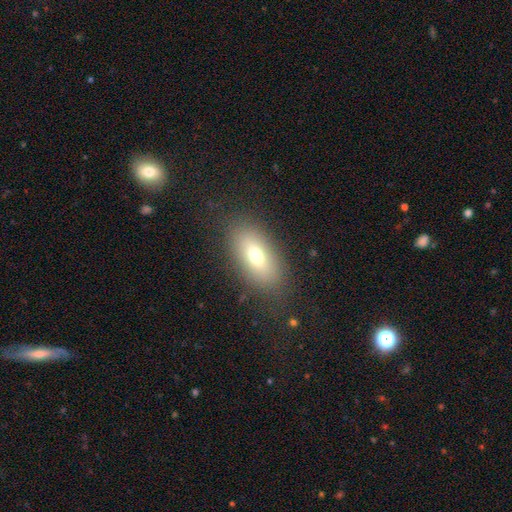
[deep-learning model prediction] A smooth galaxy with no disk features (70%) that is in between round and cigar-shaped (86%). Merging: none (83%).